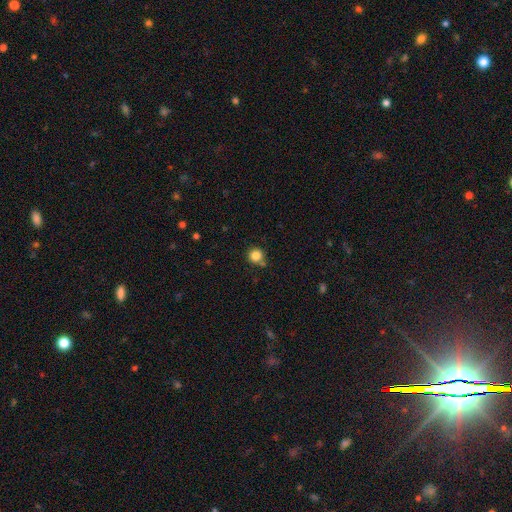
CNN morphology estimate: Q: Smooth or featured?
A: smooth (84%); runner-up: star or artifact (12%)
Q: How rounded?
A: round (93%); runner-up: in between (6%)
Q: Merging?
A: none (78%); runner-up: minor disturbance (10%)